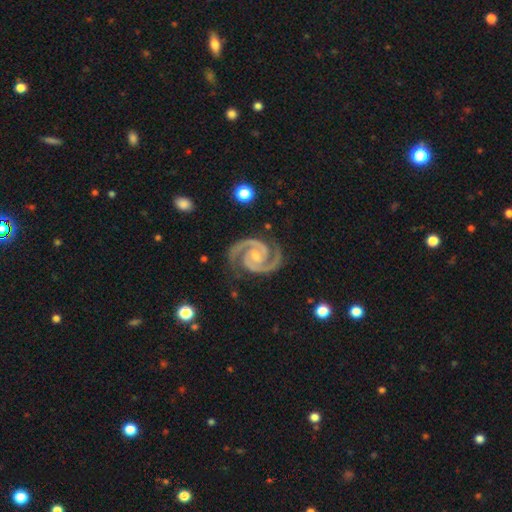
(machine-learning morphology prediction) featured or disk 95%, star or artifact 4%, smooth 2%. Down the decision tree: edge-on disk — no (98%); bar — no (61%); spiral arms — yes (99%); spiral arm count — 2 (94%); spiral winding — tight (56%); bulge size — small (64%); merging — none (83%).